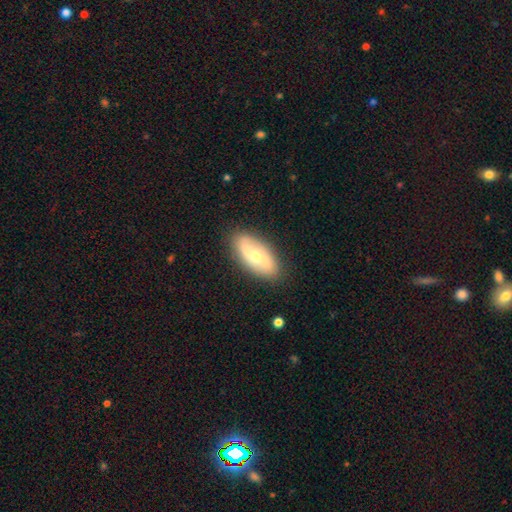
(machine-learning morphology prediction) smooth_or_featured: featured or disk (p=0.62) [alt: smooth p=0.32]
disk_edge_on: no (p=0.85) [alt: yes p=0.15]
bar: strong (p=0.40) [alt: weak p=0.37]
has_spiral_arms: yes (p=0.72) [alt: no p=0.28]
bulge_size: moderate (p=0.60) [alt: small p=0.33]
merging: none (p=0.86) [alt: minor disturbance p=0.10]